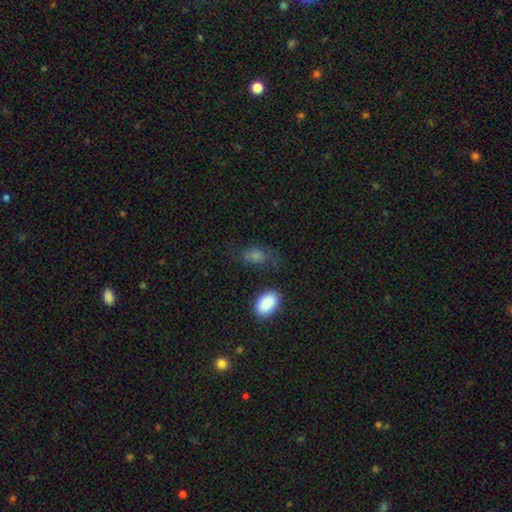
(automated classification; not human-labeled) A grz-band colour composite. It shows a smooth galaxy with no disk features (65%) that is in between round and cigar-shaped (83%). Merging: none (56%).